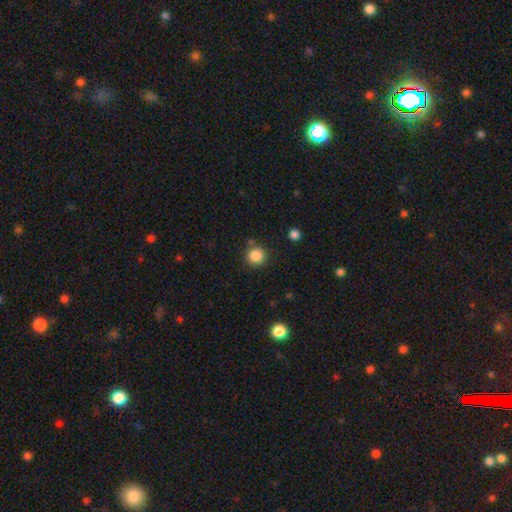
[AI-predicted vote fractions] A smooth galaxy with no disk features (86%) that is round (93%).

Vote fractions:
- Smooth or featured? smooth: 86% / star or artifact: 11% / featured or disk: 4%
- How rounded? round: 93% / in between: 6% / cigar-shaped: 1%
- Merging? none: 83% / minor disturbance: 9% / merger: 5% / major disturbance: 3%